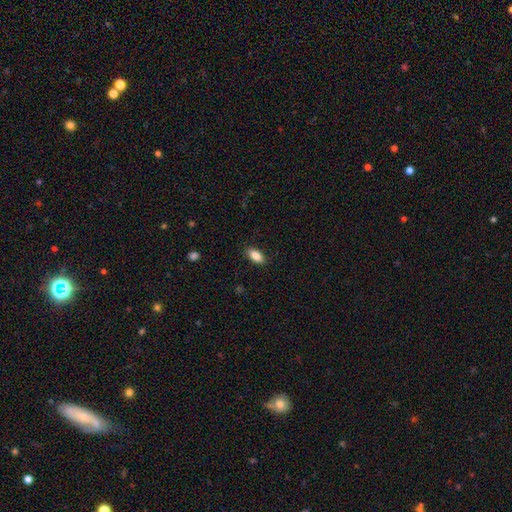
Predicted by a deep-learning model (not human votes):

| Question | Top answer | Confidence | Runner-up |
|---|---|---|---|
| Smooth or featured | smooth | 86% | star or artifact (7%) |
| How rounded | in between | 88% | cigar-shaped (9%) |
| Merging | none | 89% | minor disturbance (8%) |